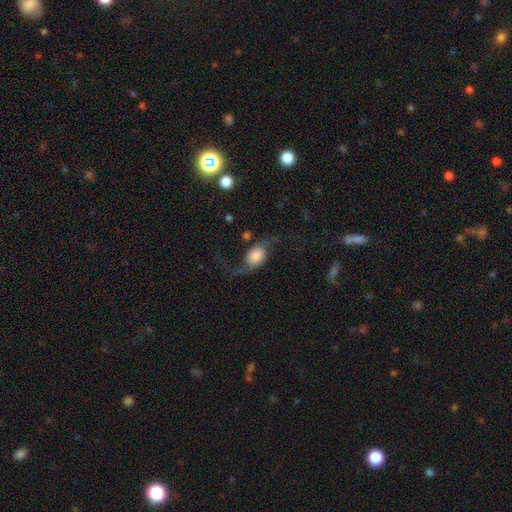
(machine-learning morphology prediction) Smooth or featured?
  - featured or disk: 60% *
  - smooth: 32%
  - star or artifact: 9%
Edge-on disk?
  - no: 90% *
  - yes: 10%
Bar?
  - no: 68% *
  - weak: 24%
  - strong: 8%
Spiral arms?
  - yes: 91% *
  - no: 9%
Bulge size?
  - dominant: 33% *
  - large: 32%
  - moderate: 17%
  - small: 11%
  - none: 7%
Merging?
  - none: 53% *
  - major disturbance: 24%
  - minor disturbance: 19%
  - merger: 3%